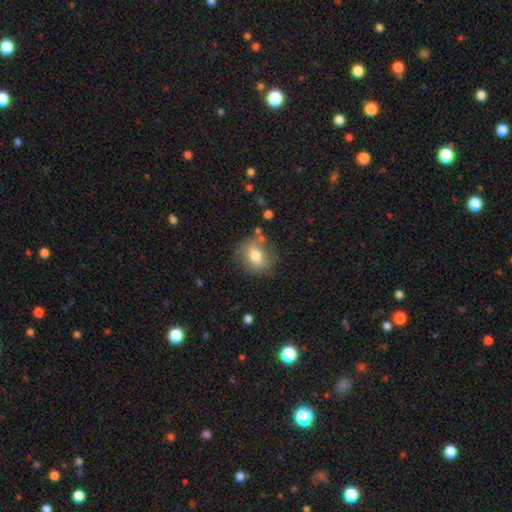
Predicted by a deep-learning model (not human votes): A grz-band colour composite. It shows a smooth galaxy with no disk features (68%) that is round (63%). Merging: none (69%).